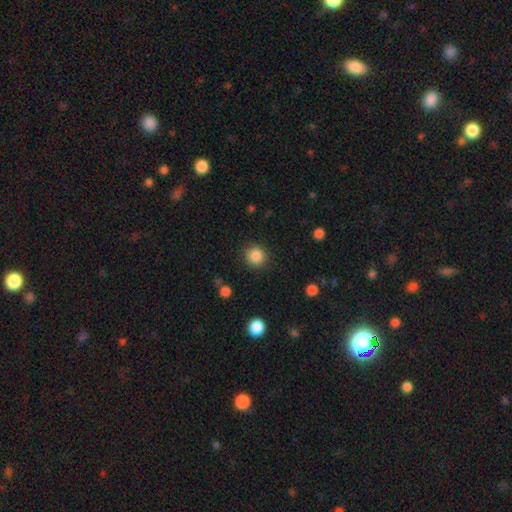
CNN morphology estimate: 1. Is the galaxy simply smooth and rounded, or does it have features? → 86% smooth, 10% star or artifact, 4% featured or disk.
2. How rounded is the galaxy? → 91% round, 8% in between, 1% cigar-shaped.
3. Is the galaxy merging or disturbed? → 88% none, 7% minor disturbance, 3% major disturbance, 1% merger.